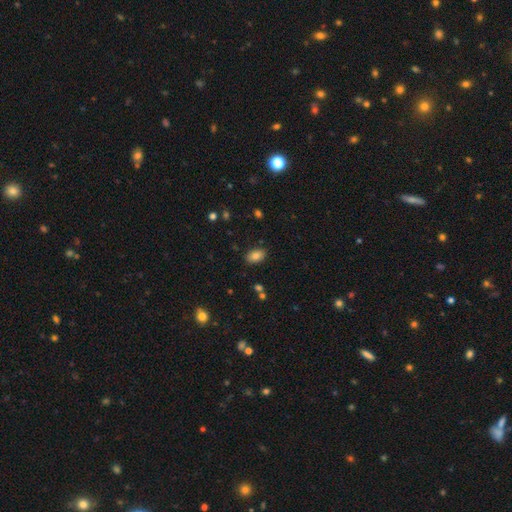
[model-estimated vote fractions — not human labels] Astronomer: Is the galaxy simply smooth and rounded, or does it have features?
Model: smooth — 83%.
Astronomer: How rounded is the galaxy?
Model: in between — 89%.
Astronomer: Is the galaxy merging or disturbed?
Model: none — 85%.